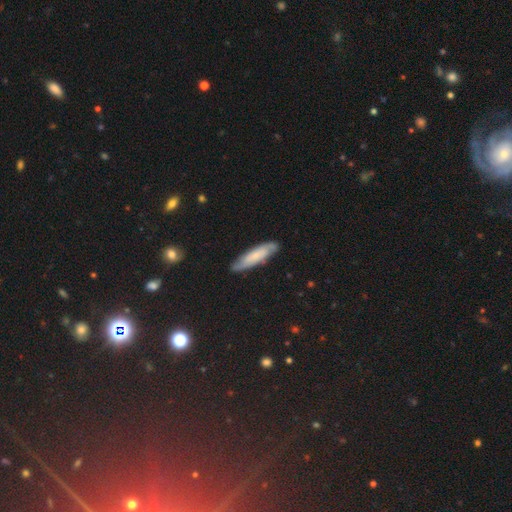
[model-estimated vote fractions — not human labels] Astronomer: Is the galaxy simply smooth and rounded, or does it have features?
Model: smooth — 54% (runner-up: featured or disk, 39%).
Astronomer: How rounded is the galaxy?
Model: cigar-shaped — 75%.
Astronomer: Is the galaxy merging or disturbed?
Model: none — 81%.